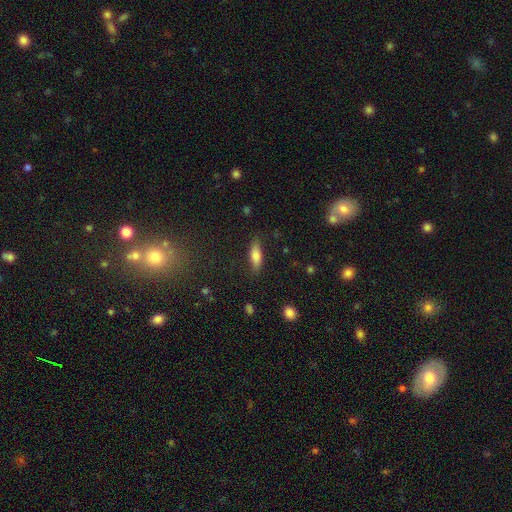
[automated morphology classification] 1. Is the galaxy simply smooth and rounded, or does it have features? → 74% smooth, 18% featured or disk, 8% star or artifact.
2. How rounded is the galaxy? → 58% in between, 39% cigar-shaped, 3% round.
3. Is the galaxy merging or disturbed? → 81% none, 14% minor disturbance, 4% major disturbance, 1% merger.